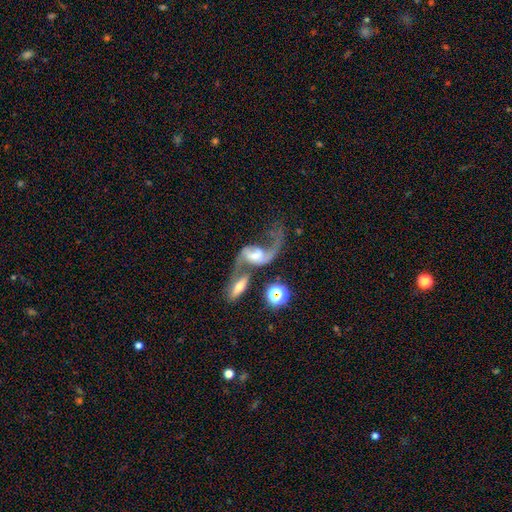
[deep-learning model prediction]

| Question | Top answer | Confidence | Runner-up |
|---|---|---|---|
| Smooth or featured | featured or disk | 80% | smooth (11%) |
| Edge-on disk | no | 95% | yes (5%) |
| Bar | weak | 42% | no (39%) |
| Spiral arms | yes | 93% | no (7%) |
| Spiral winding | loose | 81% | medium (16%) |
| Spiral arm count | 2 | 83% | 1 (12%) |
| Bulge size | moderate | 35% | small (30%) |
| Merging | merger | 47% | none (25%) |